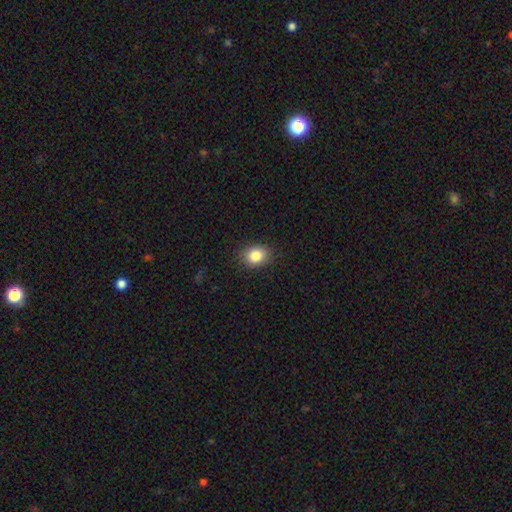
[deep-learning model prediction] Morphology: type=smooth (84%); roundness=in between (51%); merging=none (87%).